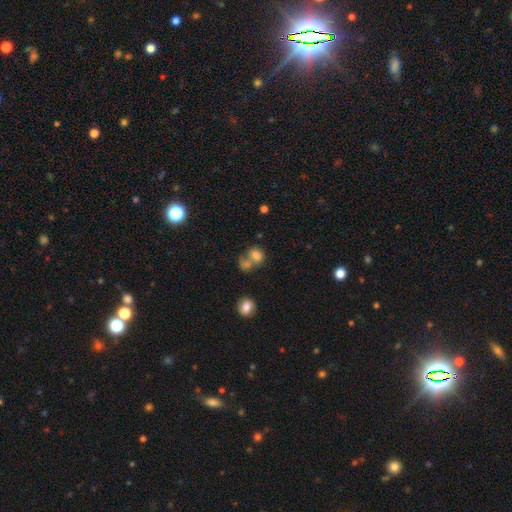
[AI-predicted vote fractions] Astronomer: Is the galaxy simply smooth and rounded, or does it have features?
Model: smooth — 74%.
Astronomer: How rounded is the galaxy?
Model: in between — 57% (runner-up: round, 41%).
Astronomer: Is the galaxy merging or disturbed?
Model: merger — 57%.